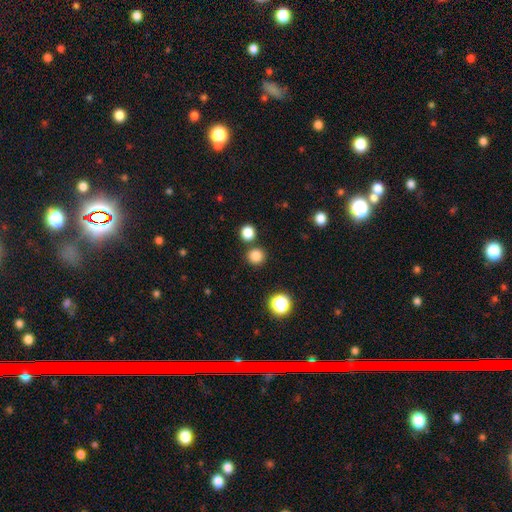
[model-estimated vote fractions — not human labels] Smooth or featured? smooth (83%)
How rounded? round (94%)
Merging? none (83%)